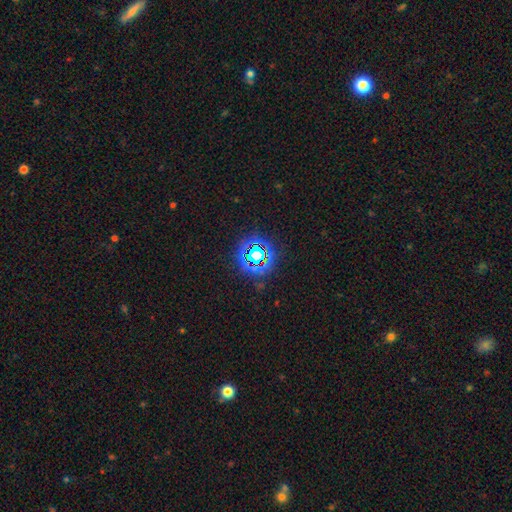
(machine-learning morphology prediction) Smooth or featured: star or artifact — 72% (smooth — 17%)